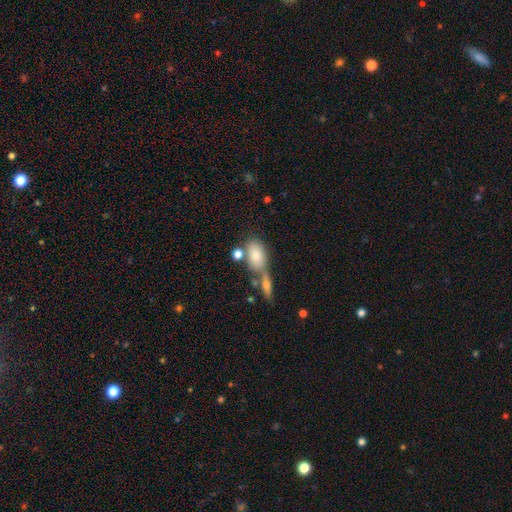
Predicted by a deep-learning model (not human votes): Smooth or featured? smooth (77%)
How rounded? in between (88%)
Merging? none (46%)